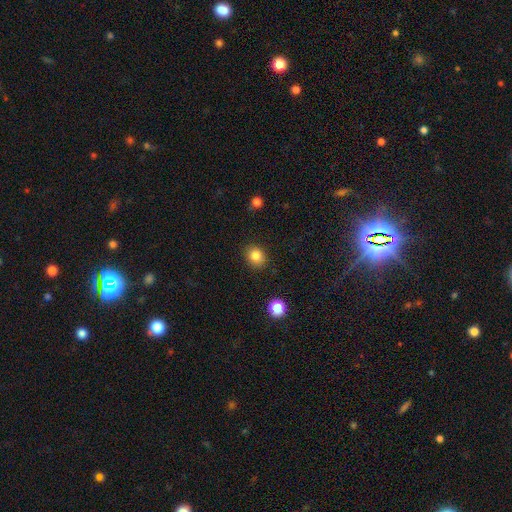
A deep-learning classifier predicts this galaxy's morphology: Smooth or featured?
  - smooth: 85% *
  - star or artifact: 11%
  - featured or disk: 5%
How rounded?
  - round: 64% *
  - in between: 35%
  - cigar-shaped: 1%
Merging?
  - none: 86% *
  - minor disturbance: 9%
  - major disturbance: 3%
  - merger: 1%